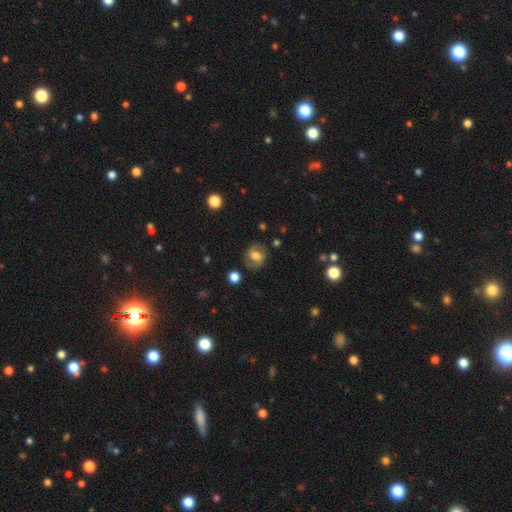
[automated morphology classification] smooth-or-featured: featured or disk: 52% | smooth: 39% | star or artifact: 10%
  disk-edge-on: no: 97% | yes: 3%
  merging: none: 77% | minor disturbance: 15% | major disturbance: 6% | merger: 2%